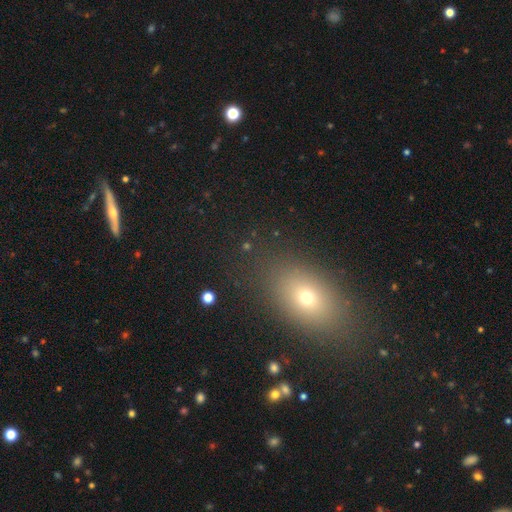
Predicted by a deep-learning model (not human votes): smooth_or_featured: smooth (p=0.61) [alt: star or artifact p=0.26]
how_rounded: in between (p=0.70) [alt: round p=0.24]
merging: none (p=0.86) [alt: minor disturbance p=0.08]